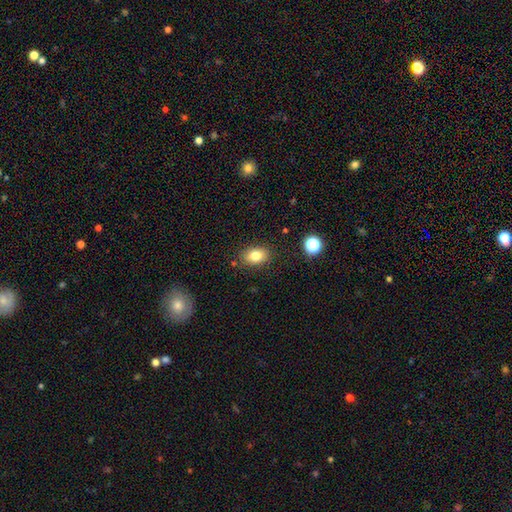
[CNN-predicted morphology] smooth 81%, star or artifact 10%, featured or disk 9%. Down the decision tree: how rounded — in between (79%); merging — none (83%).